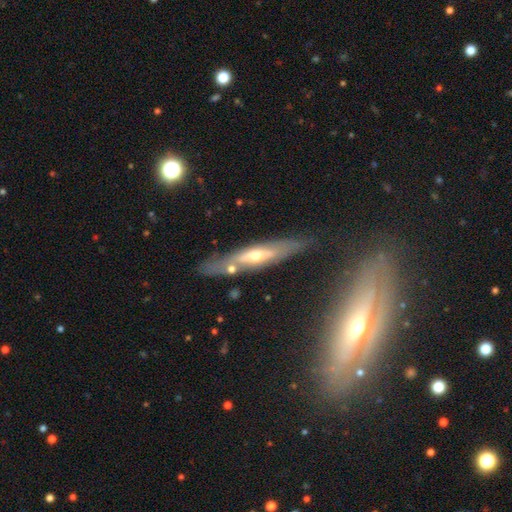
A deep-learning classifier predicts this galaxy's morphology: A featured or disk galaxy (66%) viewed edge-on (67%).

Vote fractions:
- Smooth or featured? featured or disk: 66% / smooth: 26% / star or artifact: 8%
- Edge-on disk? yes: 67% / no: 33%
- Merging? none: 75% / minor disturbance: 14% / merger: 6% / major disturbance: 4%